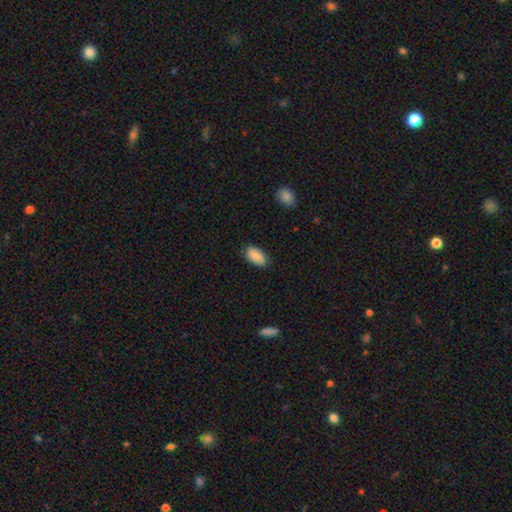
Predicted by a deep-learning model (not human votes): smooth-or-featured: smooth: 88% | star or artifact: 7% | featured or disk: 5%
  how-rounded: in between: 94% | round: 4% | cigar-shaped: 3%
  merging: none: 80% | minor disturbance: 16% | major disturbance: 3% | merger: 1%